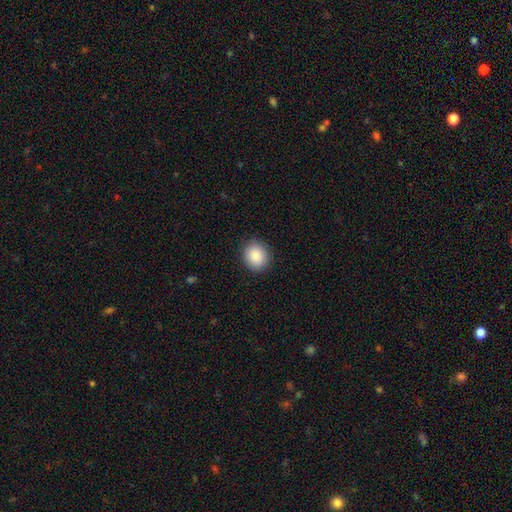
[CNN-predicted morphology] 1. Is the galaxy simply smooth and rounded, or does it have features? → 87% smooth, 8% star or artifact, 6% featured or disk.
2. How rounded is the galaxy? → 77% round, 22% in between, 1% cigar-shaped.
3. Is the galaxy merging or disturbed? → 88% none, 8% minor disturbance, 2% major disturbance, 1% merger.